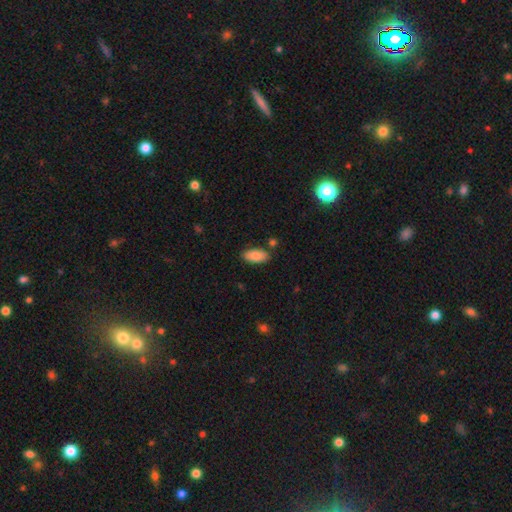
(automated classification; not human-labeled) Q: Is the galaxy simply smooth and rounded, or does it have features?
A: smooth — 85%.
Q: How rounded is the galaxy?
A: in between — 91%.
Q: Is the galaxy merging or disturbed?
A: none — 82%.